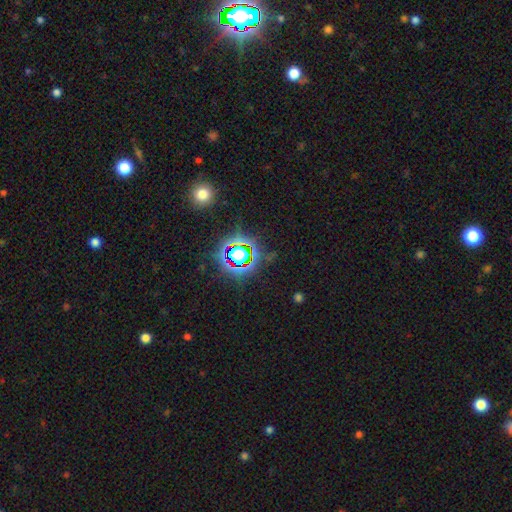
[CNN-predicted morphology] smooth_or_featured: star or artifact (p=0.81) [alt: smooth p=0.12]